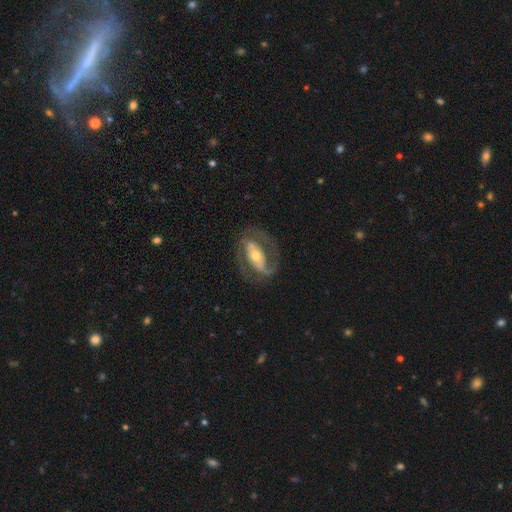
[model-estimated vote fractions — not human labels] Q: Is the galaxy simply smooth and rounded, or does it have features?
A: featured or disk — 83%.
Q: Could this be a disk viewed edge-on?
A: no — 94%.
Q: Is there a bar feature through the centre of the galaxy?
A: strong — 48%.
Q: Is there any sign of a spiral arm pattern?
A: yes — 87%.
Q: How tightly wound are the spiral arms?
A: medium — 50%.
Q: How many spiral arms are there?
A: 2 — 86%.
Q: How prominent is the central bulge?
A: moderate — 62%.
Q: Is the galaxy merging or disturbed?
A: none — 74%.